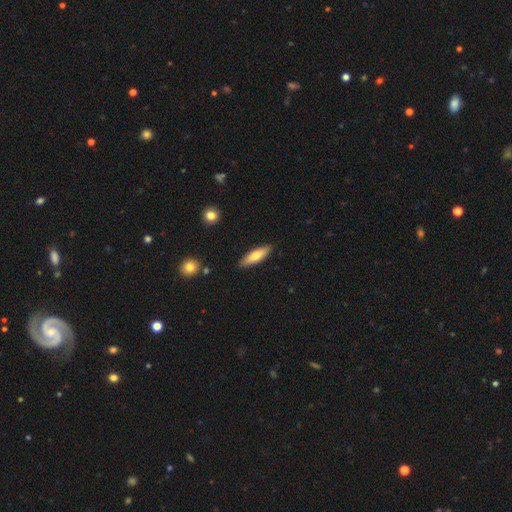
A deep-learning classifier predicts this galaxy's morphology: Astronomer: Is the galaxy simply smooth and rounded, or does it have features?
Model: smooth — 69%.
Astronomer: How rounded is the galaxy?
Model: cigar-shaped — 58% (runner-up: in between, 41%).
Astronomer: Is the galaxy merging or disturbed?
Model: none — 88%.